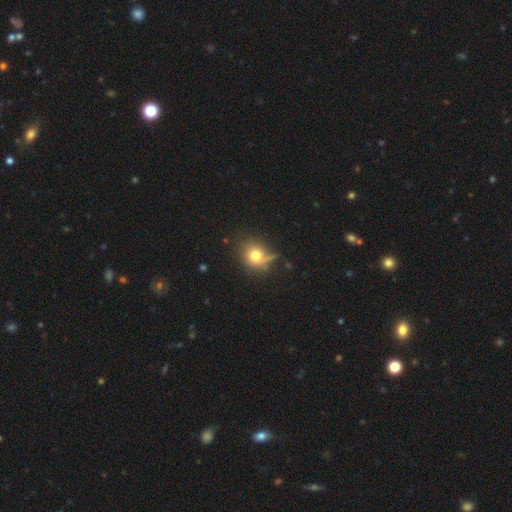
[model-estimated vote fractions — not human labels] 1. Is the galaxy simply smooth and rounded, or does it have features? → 73% smooth, 15% featured or disk, 12% star or artifact.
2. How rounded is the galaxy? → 74% round, 25% in between, 2% cigar-shaped.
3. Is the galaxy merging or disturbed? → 56% none, 23% minor disturbance, 13% major disturbance, 8% merger.